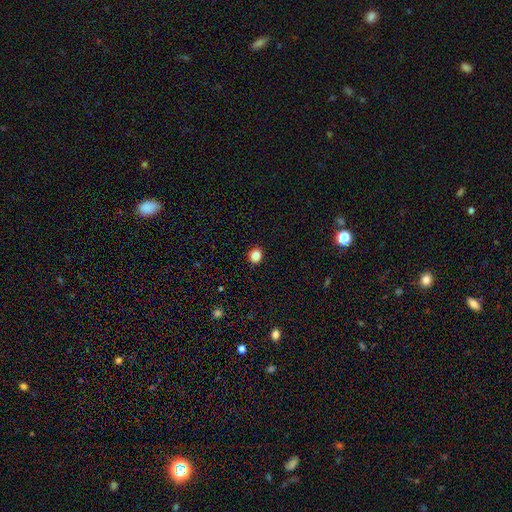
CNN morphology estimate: smooth_or_featured: smooth (p=0.86) [alt: star or artifact p=0.11]
how_rounded: round (p=0.82) [alt: in between p=0.17]
merging: none (p=0.92) [alt: minor disturbance p=0.06]